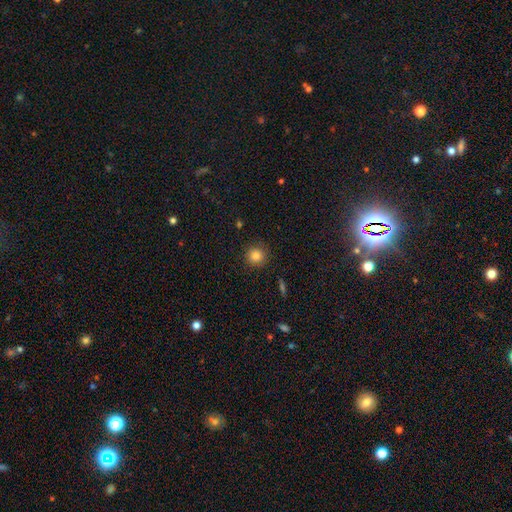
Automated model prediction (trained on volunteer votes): Morphology: type=smooth (83%); roundness=round (94%); merging=none (90%).